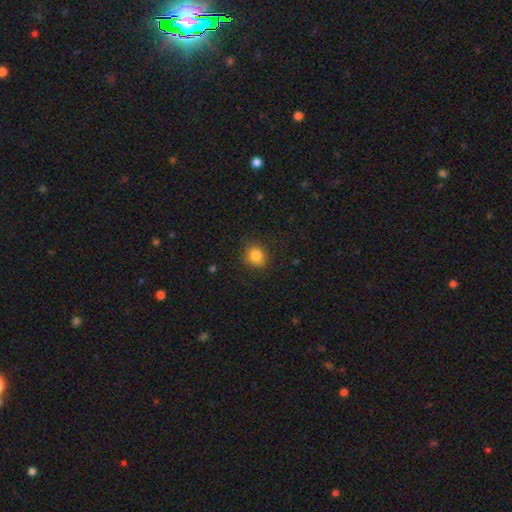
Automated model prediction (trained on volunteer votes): Smooth or featured: smooth — 83% (star or artifact — 11%)
How rounded: round — 71% (in between — 28%)
Merging: none — 85% (minor disturbance — 11%)